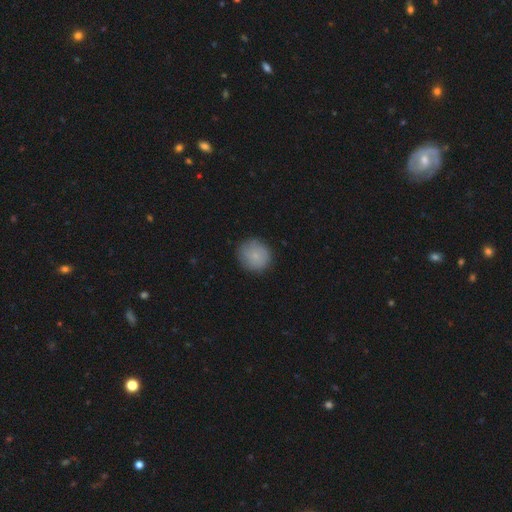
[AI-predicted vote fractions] Q: Smooth or featured?
A: smooth (76%); runner-up: featured or disk (16%)
Q: How rounded?
A: round (91%); runner-up: in between (8%)
Q: Merging?
A: none (84%); runner-up: minor disturbance (12%)